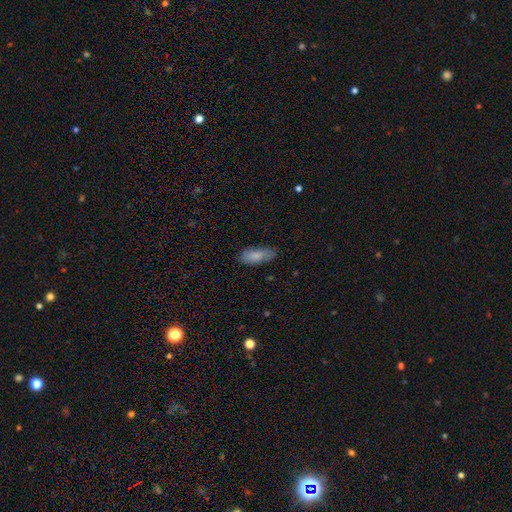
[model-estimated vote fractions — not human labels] Smooth or featured? Predicted: smooth (p=0.84). How rounded? Predicted: in between (p=0.74). Merging? Predicted: none (p=0.78).